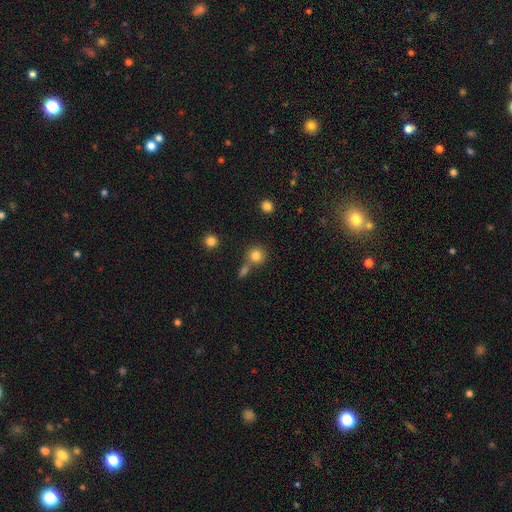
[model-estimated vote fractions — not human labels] Morphology: type=smooth (82%); roundness=round (90%); merging=none (65%).